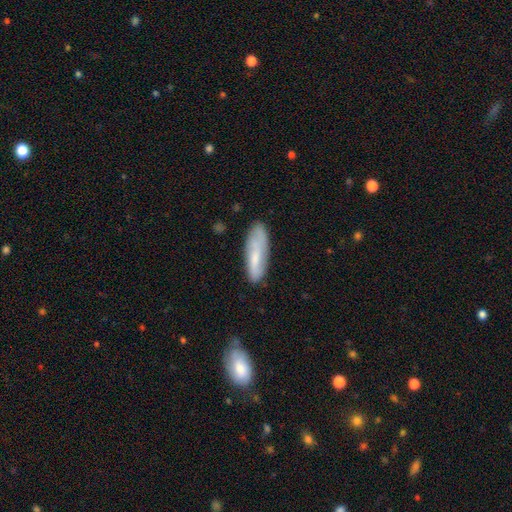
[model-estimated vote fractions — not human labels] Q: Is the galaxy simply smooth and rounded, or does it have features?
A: smooth — 59%.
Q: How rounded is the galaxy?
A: in between — 50%.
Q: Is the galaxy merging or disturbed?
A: none — 69%.